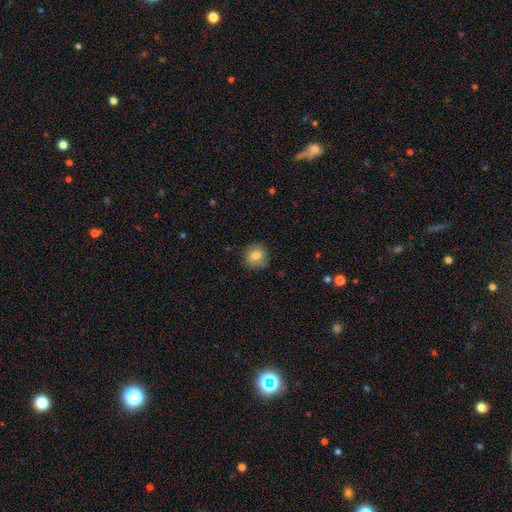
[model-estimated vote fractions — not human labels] Smooth or featured? smooth (78%)
How rounded? round (87%)
Merging? none (85%)